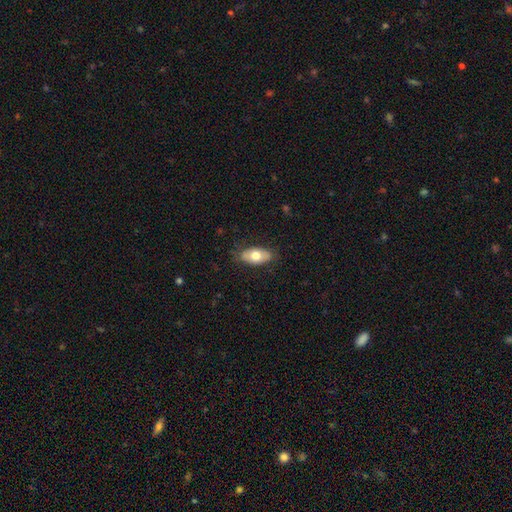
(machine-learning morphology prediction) The model was most divided on "smooth or featured": smooth: 68%, featured or disk: 26%, star or artifact: 6%. More confident: how rounded — in between (91%); merging — none (81%).